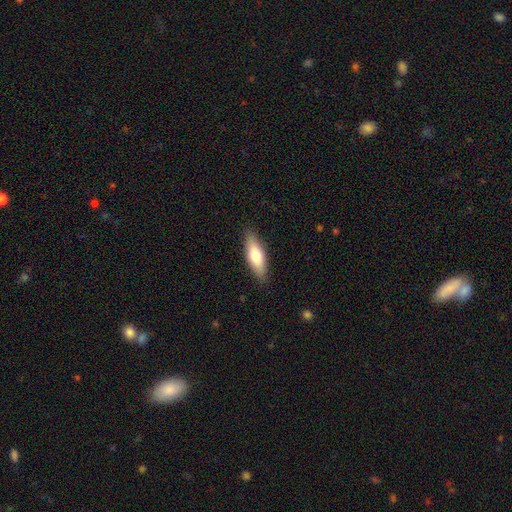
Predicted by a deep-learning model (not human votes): This appears to be a smooth galaxy with no disk features (71%) that is in between round and cigar-shaped (55%). Merging: none (87%).